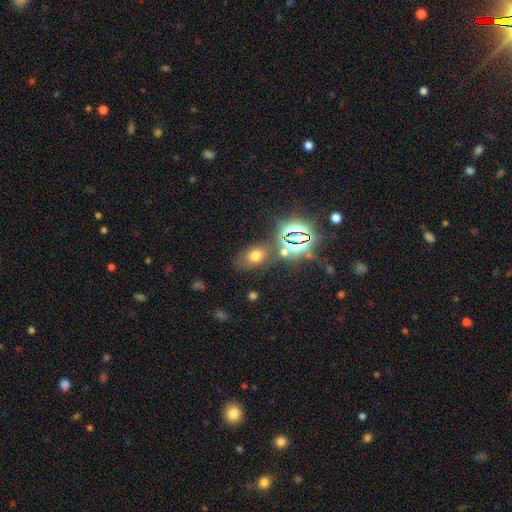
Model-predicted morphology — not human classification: This is possibly a smooth galaxy (59%). How rounded: likely in between (75%). Merging: likely none (68%).